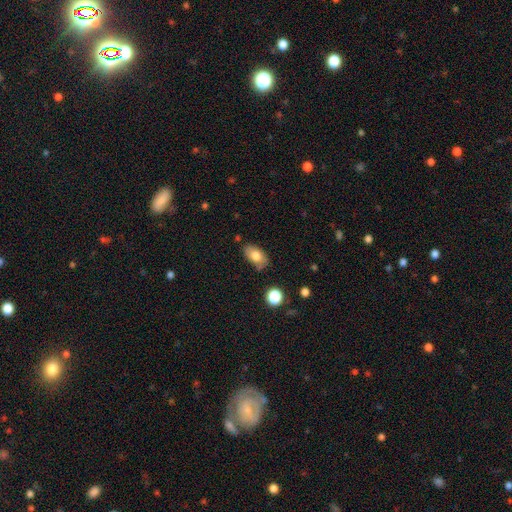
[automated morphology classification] smooth 78%, featured or disk 14%, star or artifact 8%. Down the decision tree: how rounded — in between (91%); merging — none (73%).